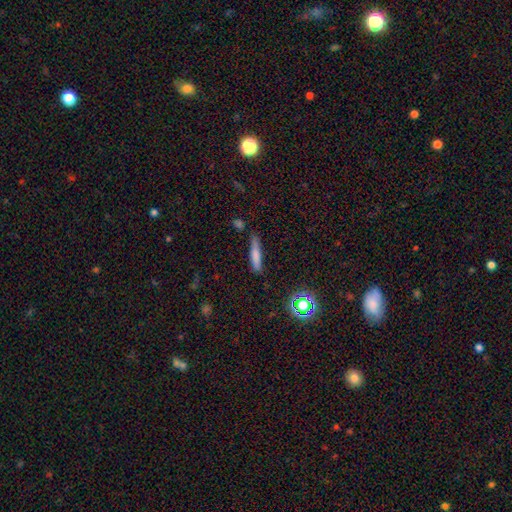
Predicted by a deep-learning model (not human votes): Morphology: type=smooth (73%); roundness=cigar-shaped (85%); merging=none (72%).